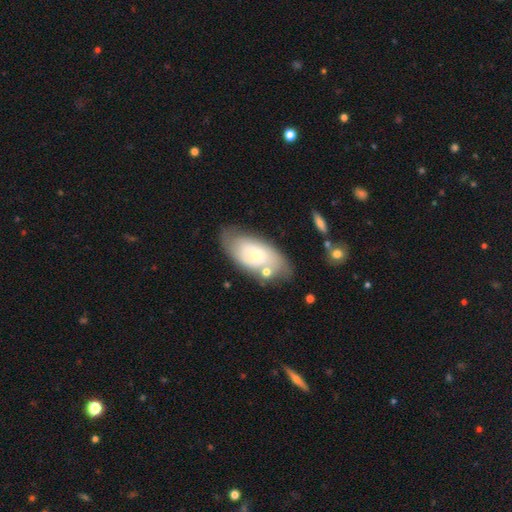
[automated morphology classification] type=featured or disk (53%); edge-on=no (91%); merging=none (62%).